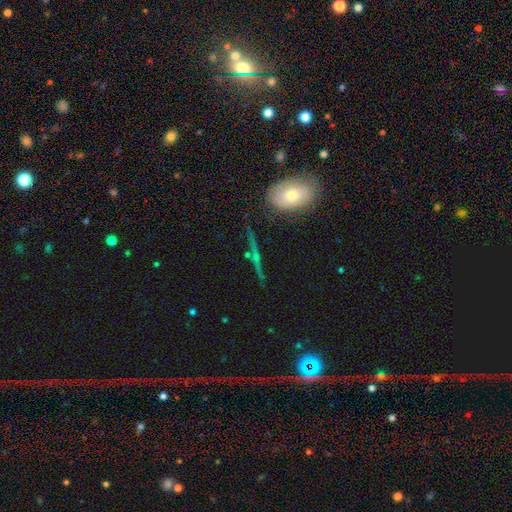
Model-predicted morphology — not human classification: This appears to be a featured or disk galaxy (59%) viewed edge-on (89%) with a rounded central bulge (66%). Merging: none (82%).